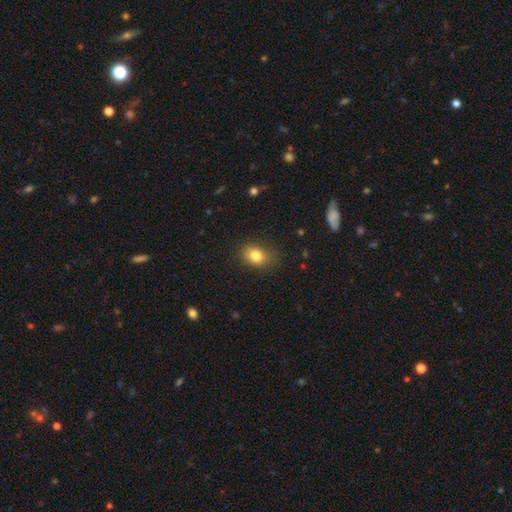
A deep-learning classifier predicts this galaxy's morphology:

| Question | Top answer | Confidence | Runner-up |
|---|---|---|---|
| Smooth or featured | smooth | 81% | star or artifact (11%) |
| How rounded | in between | 67% | round (32%) |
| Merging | none | 77% | minor disturbance (17%) |